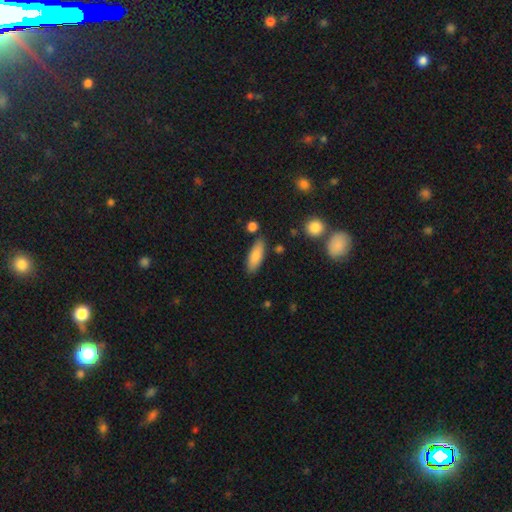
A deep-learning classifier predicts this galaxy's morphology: smooth-or-featured: smooth: 83% | featured or disk: 11% | star or artifact: 6%
  how-rounded: in between: 68% | cigar-shaped: 30% | round: 2%
  merging: none: 81% | minor disturbance: 12% | merger: 4% | major disturbance: 3%